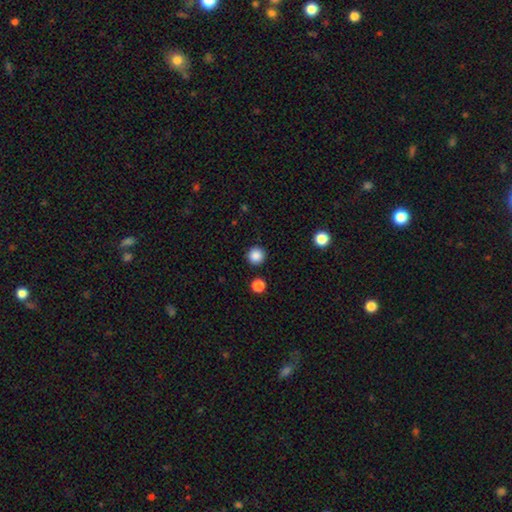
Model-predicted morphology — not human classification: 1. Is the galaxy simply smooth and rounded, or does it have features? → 86% smooth, 11% star or artifact, 3% featured or disk.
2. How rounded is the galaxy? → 96% round, 3% in between, 1% cigar-shaped.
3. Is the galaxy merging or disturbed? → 92% none, 5% minor disturbance, 2% major disturbance, 2% merger.